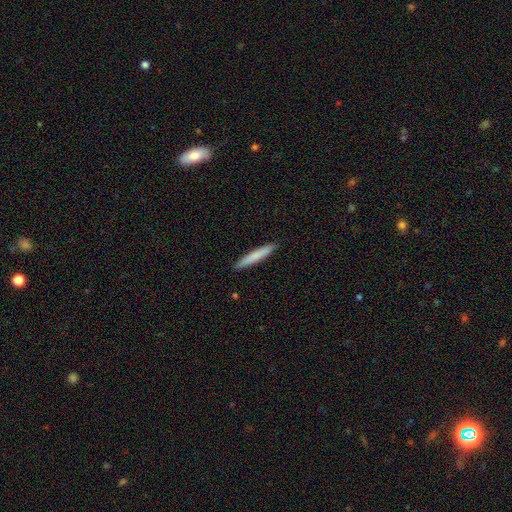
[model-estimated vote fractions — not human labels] Overall: smooth (78%). How rounded: cigar-shaped (95%). Merging: none (92%).